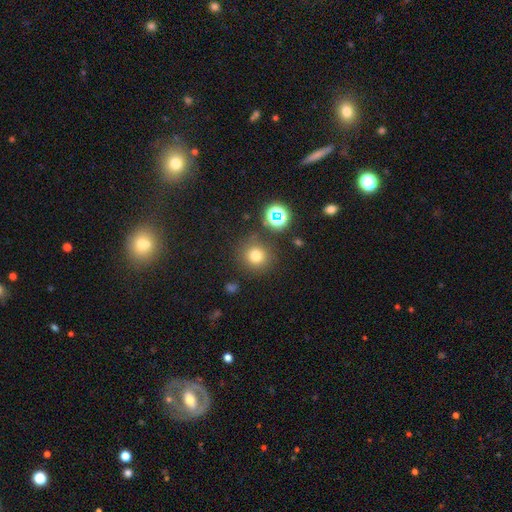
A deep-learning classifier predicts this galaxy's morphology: The model was most divided on "smooth or featured": smooth: 74%, star or artifact: 19%, featured or disk: 7%. More confident: how rounded — round (94%); merging — none (83%).